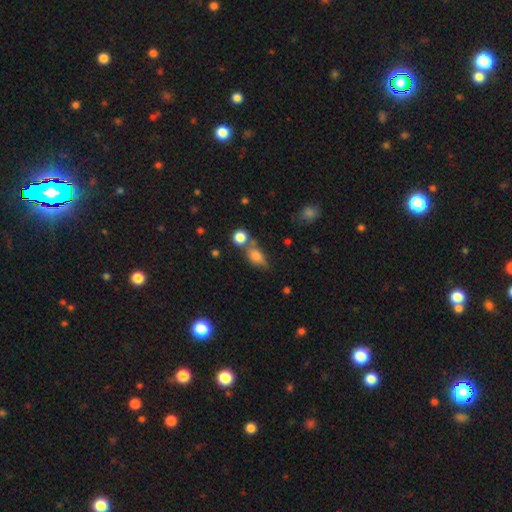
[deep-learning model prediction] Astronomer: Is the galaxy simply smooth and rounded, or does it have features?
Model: smooth — 72%.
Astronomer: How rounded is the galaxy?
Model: in between — 72%.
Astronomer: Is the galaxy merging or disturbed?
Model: none — 49% (runner-up: merger, 26%).